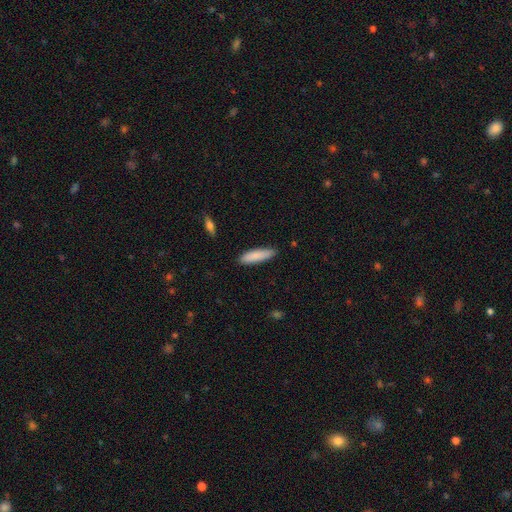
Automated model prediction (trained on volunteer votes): Overall: smooth (86%). How rounded: cigar-shaped (66%; in between 32%). Merging: none (86%).